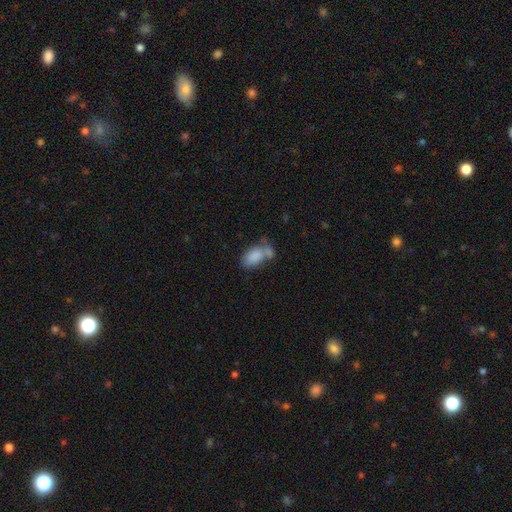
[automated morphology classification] Smooth or featured? Predicted: smooth (p=0.83). How rounded? Predicted: in between (p=0.92). Merging? Predicted: merger (p=0.41).